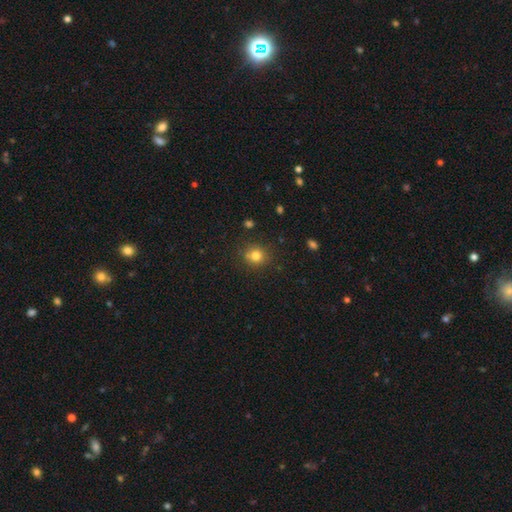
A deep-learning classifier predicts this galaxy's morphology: Q: Smooth or featured?
A: smooth (79%); runner-up: star or artifact (14%)
Q: How rounded?
A: round (88%); runner-up: in between (11%)
Q: Merging?
A: none (80%); runner-up: minor disturbance (11%)